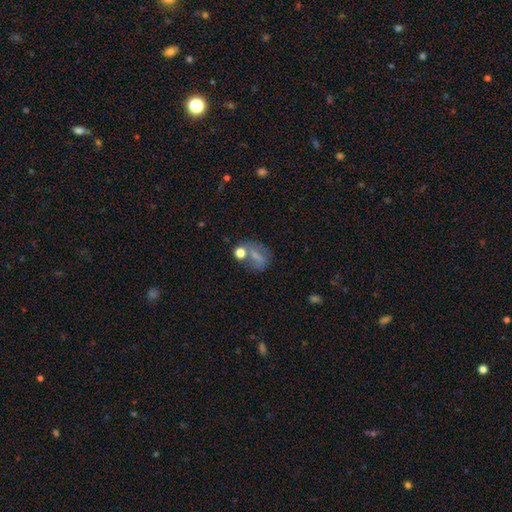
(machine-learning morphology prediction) type=smooth (56%); roundness=in between (54%); merging=none (45%).